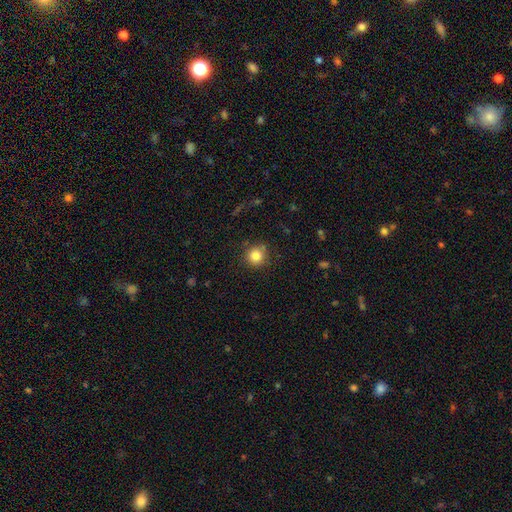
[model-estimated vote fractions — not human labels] The model was most divided on "smooth or featured": smooth: 83%, star or artifact: 11%, featured or disk: 6%. More confident: how rounded — round (92%); merging — none (84%).